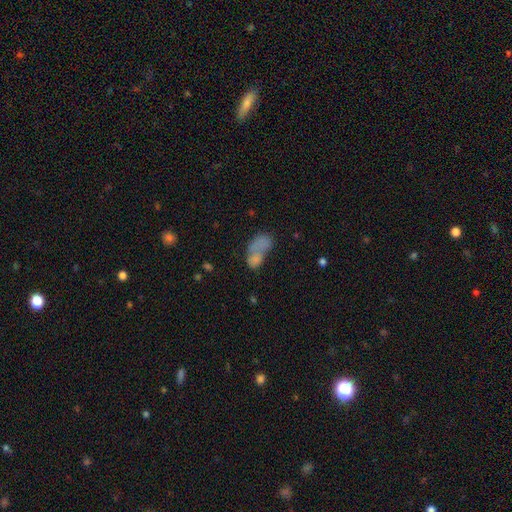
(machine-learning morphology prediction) This is likely a smooth galaxy (68%). How rounded: clearly in between (85%). Merging: possibly merger (50%).